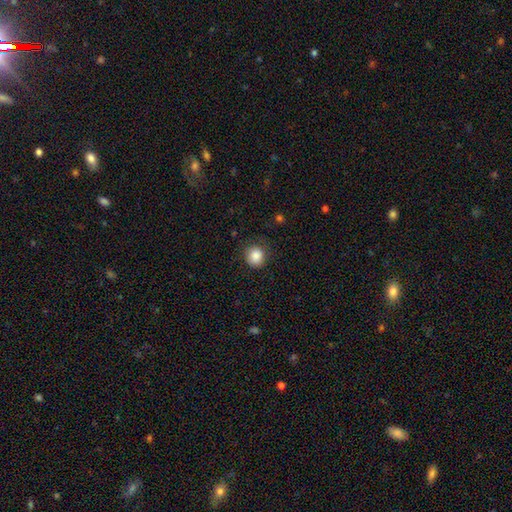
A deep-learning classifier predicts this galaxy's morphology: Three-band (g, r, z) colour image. It shows a smooth galaxy with no disk features (86%) that is round (88%). Merging: none (82%).